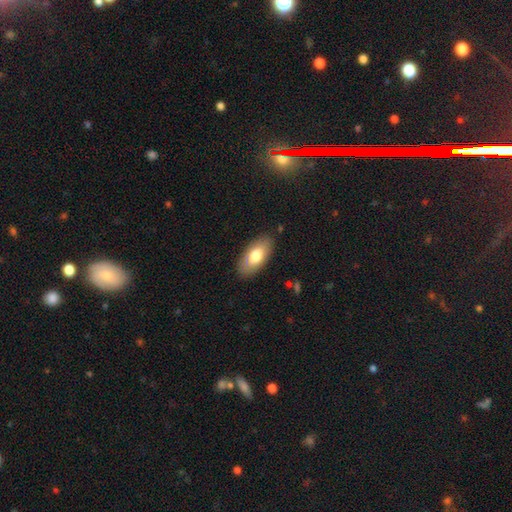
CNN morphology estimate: smooth 73%, featured or disk 21%, star or artifact 6%. Down the decision tree: how rounded — in between (90%); merging — none (85%).